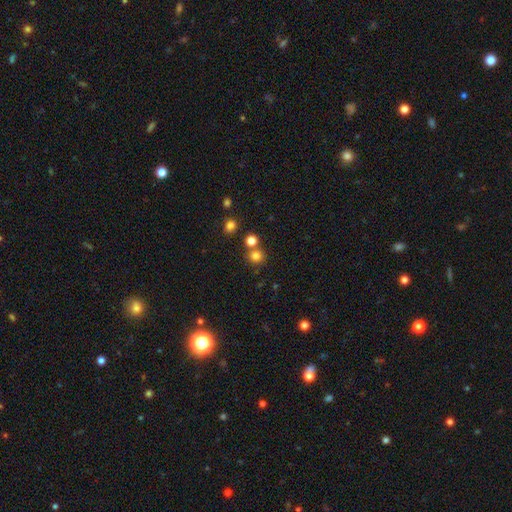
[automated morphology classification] Smooth or featured? Predicted: smooth (p=0.78). How rounded? Predicted: round (p=0.90). Merging? Predicted: none (p=0.71).